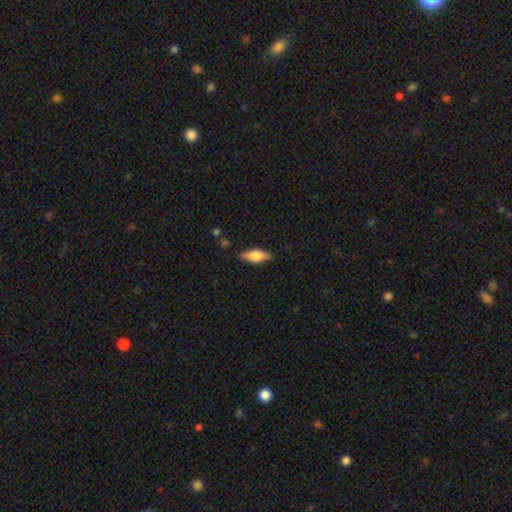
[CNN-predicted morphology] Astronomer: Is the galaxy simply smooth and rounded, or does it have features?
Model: smooth — 54% (runner-up: featured or disk, 39%).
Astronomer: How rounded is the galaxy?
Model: in between — 72%.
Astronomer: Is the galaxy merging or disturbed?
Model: none — 82%.